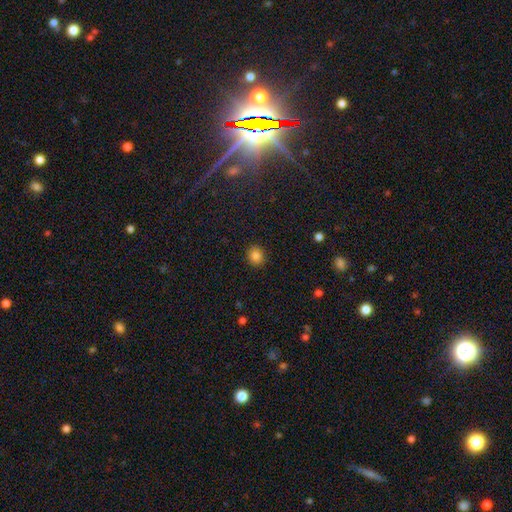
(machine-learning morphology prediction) smooth_or_featured: smooth (p=0.84) [alt: star or artifact p=0.11]
how_rounded: round (p=0.78) [alt: in between p=0.21]
merging: none (p=0.90) [alt: minor disturbance p=0.07]